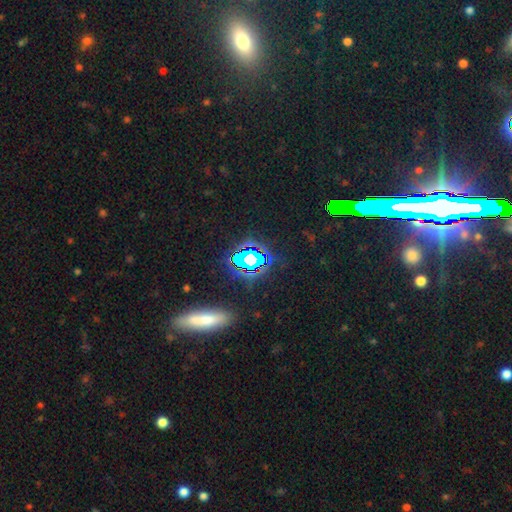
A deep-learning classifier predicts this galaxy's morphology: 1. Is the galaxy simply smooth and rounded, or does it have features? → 71% star or artifact, 17% smooth, 11% featured or disk.